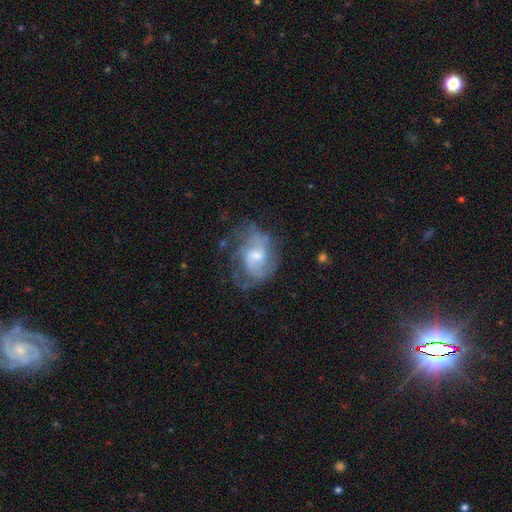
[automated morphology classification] Smooth or featured? Predicted: featured or disk (p=0.75). Edge-on disk? Predicted: no (p=0.97). Bar? Predicted: no (p=0.47). Spiral arms? Predicted: yes (p=0.87). Spiral winding? Predicted: medium (p=0.46). Spiral arm count? Predicted: 2 (p=0.46). Bulge size? Predicted: moderate (p=0.52). Merging? Predicted: none (p=0.53).